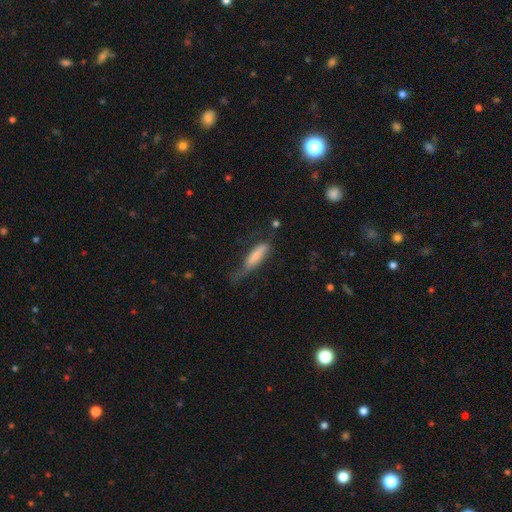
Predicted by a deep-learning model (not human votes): Overall: smooth (71%). How rounded: cigar-shaped (69%; in between 29%). Merging: none (36%; minor disturbance 34%).